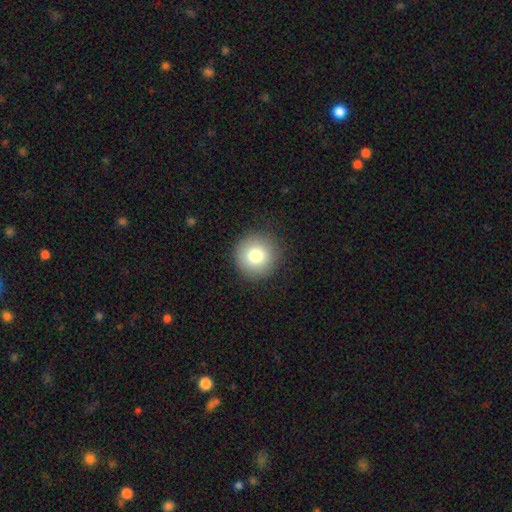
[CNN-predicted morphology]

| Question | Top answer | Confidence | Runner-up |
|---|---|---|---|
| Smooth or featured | smooth | 80% | star or artifact (10%) |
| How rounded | round | 95% | in between (4%) |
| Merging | none | 90% | minor disturbance (7%) |